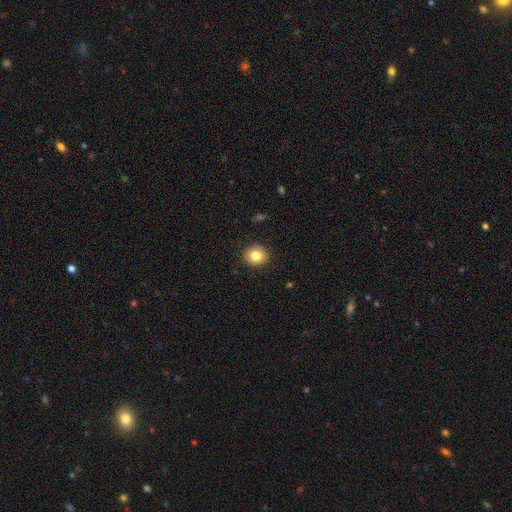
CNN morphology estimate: smooth-or-featured: smooth: 83% | star or artifact: 10% | featured or disk: 8%
  how-rounded: round: 81% | in between: 18% | cigar-shaped: 1%
  merging: none: 90% | minor disturbance: 7% | major disturbance: 2% | merger: 1%